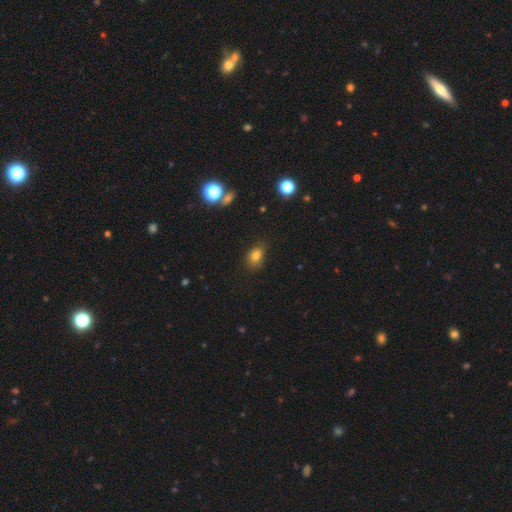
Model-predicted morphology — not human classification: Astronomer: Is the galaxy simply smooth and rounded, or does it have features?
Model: smooth — 79%.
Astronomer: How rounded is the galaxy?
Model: in between — 69%.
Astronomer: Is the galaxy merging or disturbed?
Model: none — 73%.